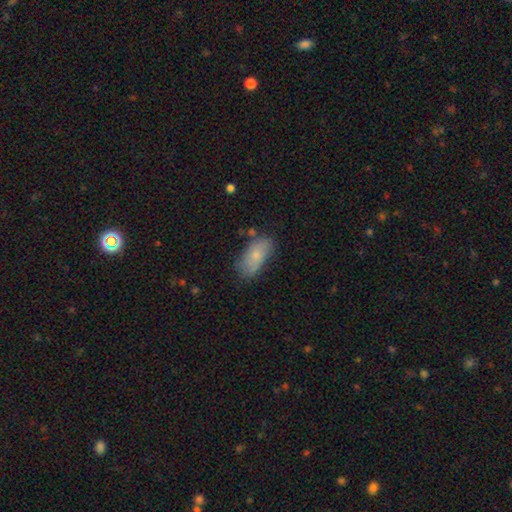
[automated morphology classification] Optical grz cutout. It shows a smooth galaxy with no disk features (72%) that is in between round and cigar-shaped (89%). Merging: none (67%).